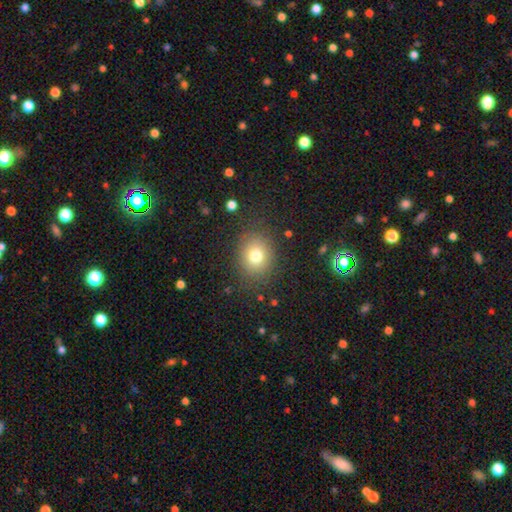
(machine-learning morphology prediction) Smooth or featured?
  - smooth: 76% *
  - star or artifact: 13%
  - featured or disk: 11%
How rounded?
  - round: 61% *
  - in between: 38%
  - cigar-shaped: 1%
Merging?
  - none: 83% *
  - minor disturbance: 10%
  - major disturbance: 5%
  - merger: 1%